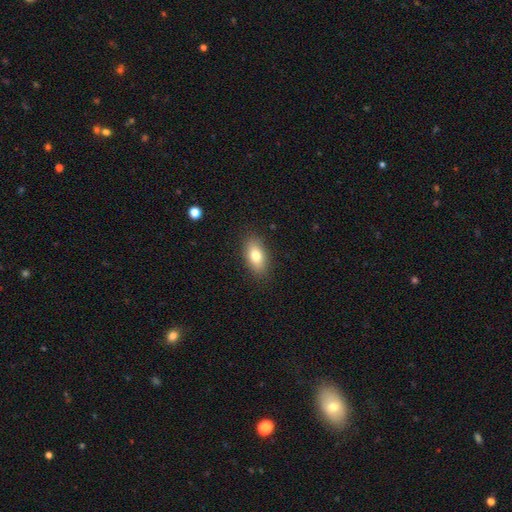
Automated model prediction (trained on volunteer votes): This appears to be a smooth galaxy with no disk features (79%) that is in between round and cigar-shaped (87%). Merging: none (87%).